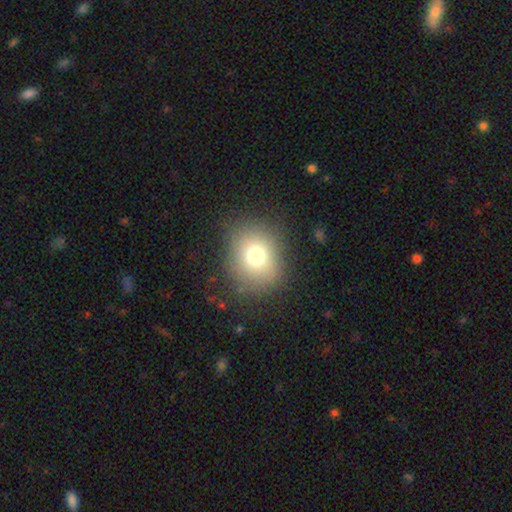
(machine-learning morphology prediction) Q: Smooth or featured?
A: smooth (73%); runner-up: star or artifact (14%)
Q: How rounded?
A: round (68%); runner-up: in between (31%)
Q: Merging?
A: none (82%); runner-up: minor disturbance (11%)